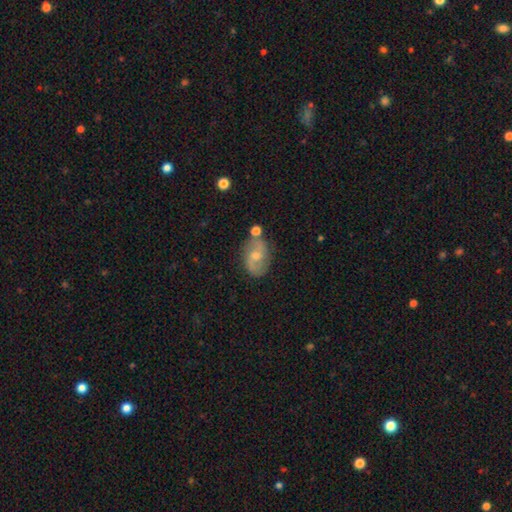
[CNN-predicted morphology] Overall: featured or disk (62%; smooth 30%). Edge-on disk: no (96%). Bar: no (50%; weak 42%). Spiral arms: yes (85%). Spiral arm count: 2 (86%). Spiral winding: medium (42%; loose 41%). Bulge size: moderate (49%; small 44%). Merging: none (68%).